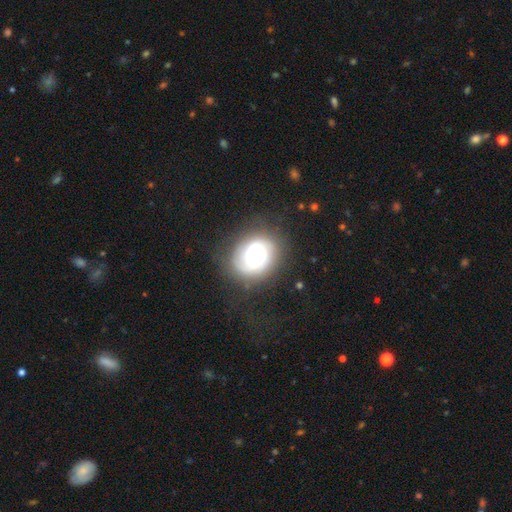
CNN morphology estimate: Smooth or featured: featured or disk — 60% (smooth — 30%)
Edge-on disk: no — 97% (yes — 3%)
Bar: no — 75% (weak — 21%)
Spiral arms: yes — 85% (no — 15%)
Bulge size: moderate — 47% (large — 33%)
Merging: none — 70% (minor disturbance — 18%)